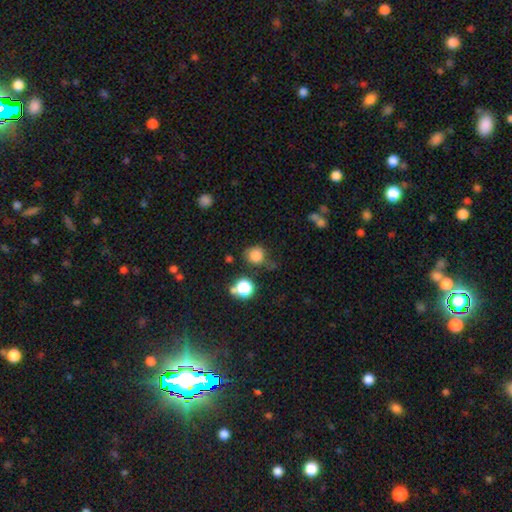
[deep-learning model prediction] Smooth or featured? smooth (79%)
How rounded? round (83%)
Merging? none (58%)